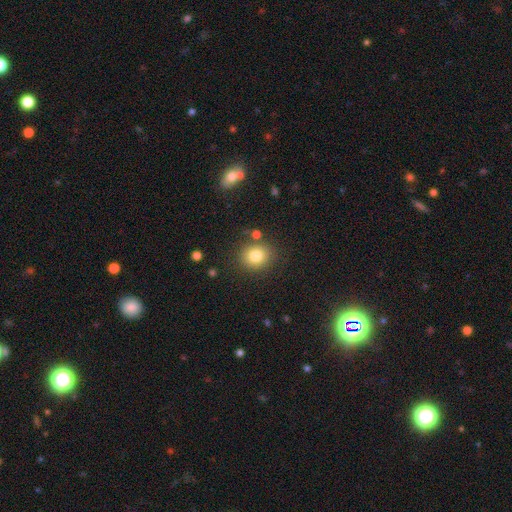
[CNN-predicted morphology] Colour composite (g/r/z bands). It shows a smooth galaxy with no disk features (81%) that is round (77%). Merging: none (82%).